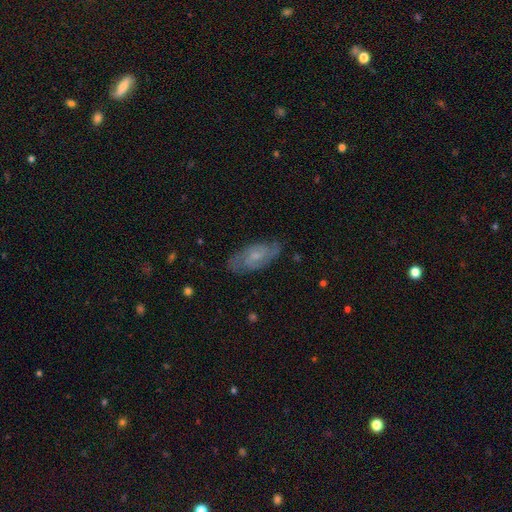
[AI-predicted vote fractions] Morphology: type=featured or disk (61%); edge-on=no (90%); bar=no (60%); spiral arms=yes (86%); bulge=small (59%); merging=none (75%).